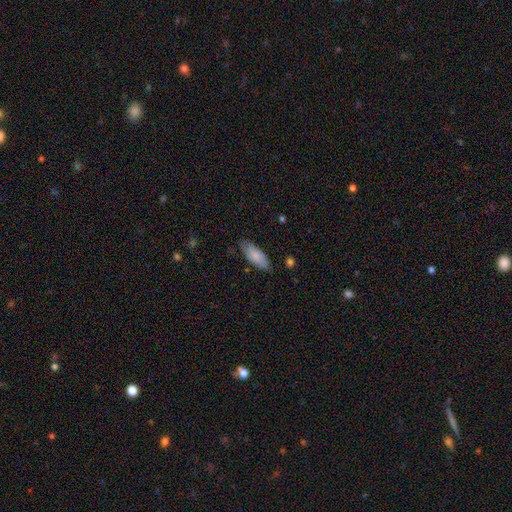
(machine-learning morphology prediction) The model was most divided on "merging": none: 73%, minor disturbance: 22%, major disturbance: 4%, merger: 1%. More confident: smooth or featured — smooth (80%); how rounded — in between (76%).